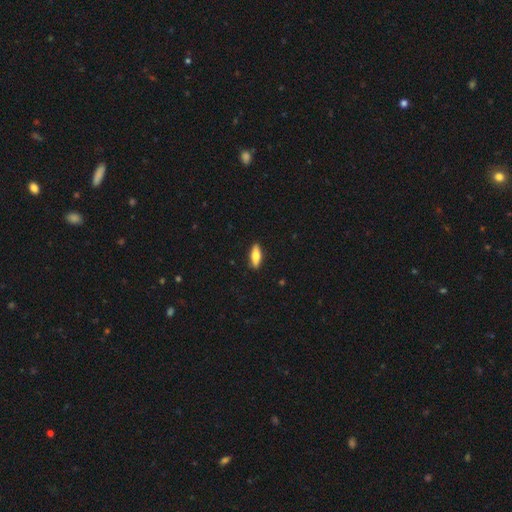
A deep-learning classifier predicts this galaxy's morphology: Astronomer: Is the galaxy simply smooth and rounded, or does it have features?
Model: smooth — 71%.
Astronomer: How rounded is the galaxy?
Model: in between — 61% (runner-up: cigar-shaped, 36%).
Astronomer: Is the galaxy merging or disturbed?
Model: none — 89%.